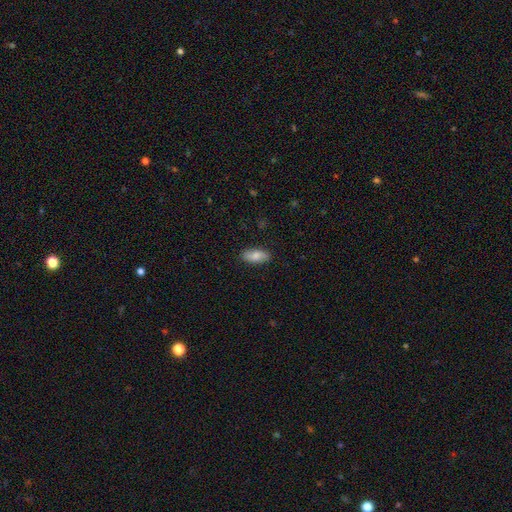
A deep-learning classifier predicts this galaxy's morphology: A smooth galaxy with no disk features (81%) that is in between round and cigar-shaped (86%).

Vote fractions:
- Smooth or featured? smooth: 81% / featured or disk: 13% / star or artifact: 6%
- How rounded? in between: 86% / cigar-shaped: 12% / round: 2%
- Merging? none: 87% / minor disturbance: 10% / major disturbance: 2% / merger: 1%